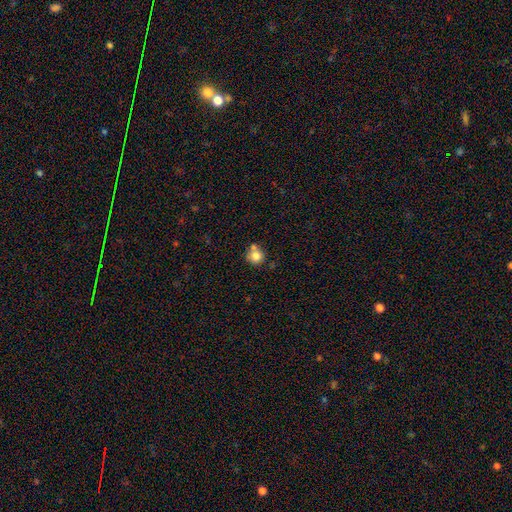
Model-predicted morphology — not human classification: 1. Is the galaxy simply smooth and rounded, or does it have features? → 80% smooth, 10% star or artifact, 10% featured or disk.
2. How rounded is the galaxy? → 90% round, 10% in between, 1% cigar-shaped.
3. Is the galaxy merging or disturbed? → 56% none, 28% merger, 12% minor disturbance, 4% major disturbance.